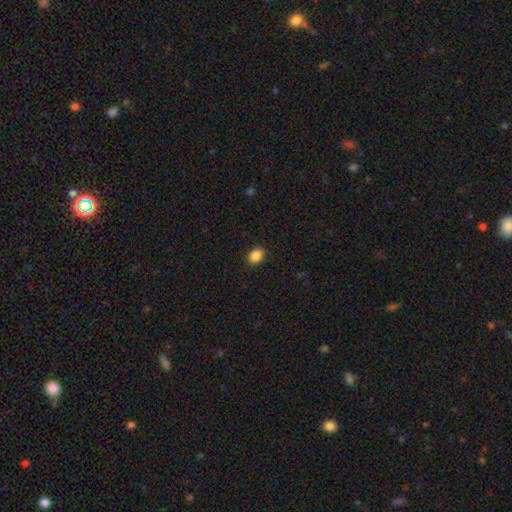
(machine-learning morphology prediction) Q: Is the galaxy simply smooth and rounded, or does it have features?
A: smooth — 87%.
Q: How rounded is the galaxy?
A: round — 55%.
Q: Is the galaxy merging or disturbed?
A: none — 90%.